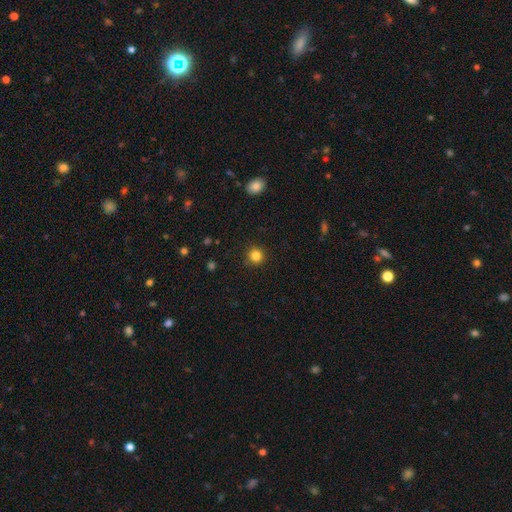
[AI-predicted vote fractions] Morphology: type=smooth (84%); roundness=round (93%); merging=none (90%).